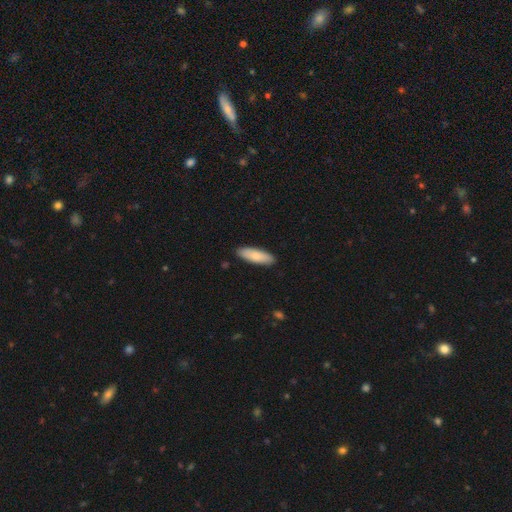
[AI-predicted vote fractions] Smooth or featured?
  - smooth: 80% *
  - featured or disk: 15%
  - star or artifact: 5%
How rounded?
  - in between: 54% *
  - cigar-shaped: 45%
  - round: 2%
Merging?
  - none: 89% *
  - minor disturbance: 8%
  - major disturbance: 1%
  - merger: 1%